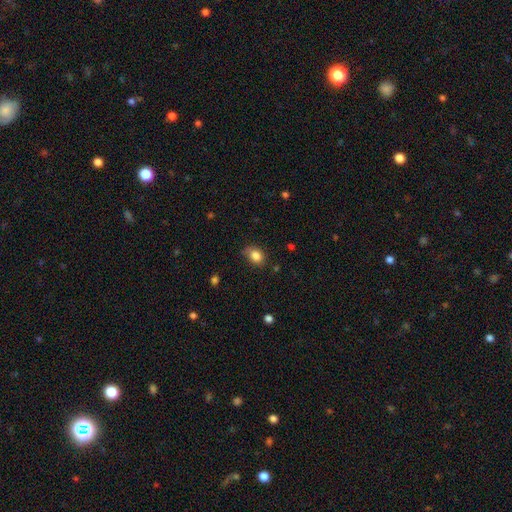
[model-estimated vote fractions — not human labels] The model was most divided on "how rounded": in between: 63%, round: 36%, cigar-shaped: 1%. More confident: smooth or featured — smooth (84%); merging — none (70%).